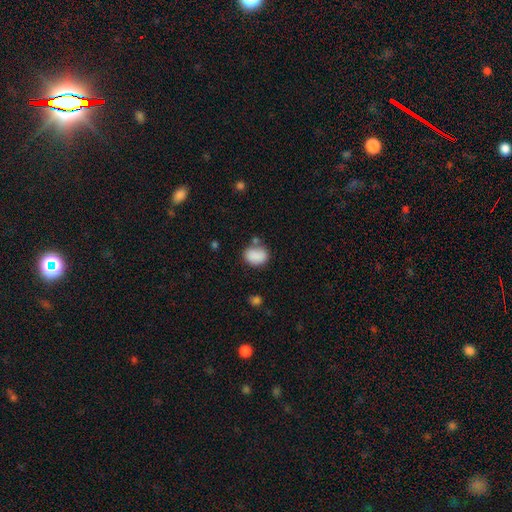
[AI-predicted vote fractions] Smooth or featured: smooth — 86% (star or artifact — 8%)
How rounded: in between — 65% (round — 34%)
Merging: none — 62% (minor disturbance — 19%)